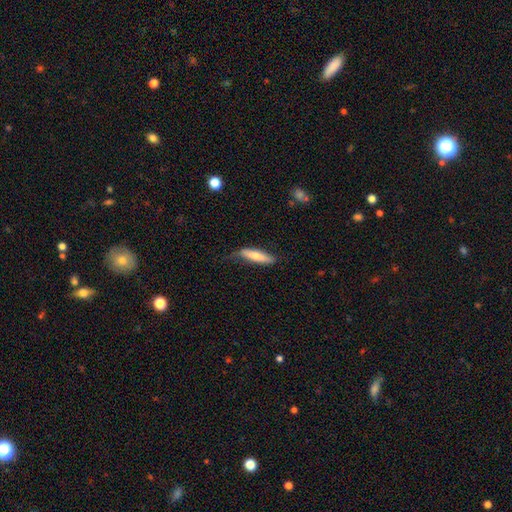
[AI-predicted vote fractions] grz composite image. It shows a smooth galaxy with no disk features (63%) that is cigar-shaped (72%). Merging: none (65%).